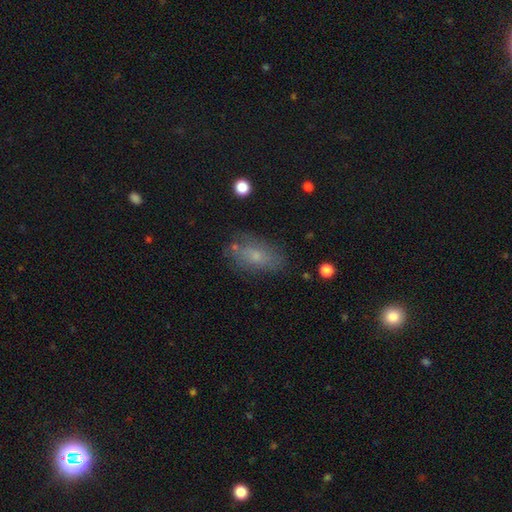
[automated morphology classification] smooth 63%, featured or disk 27%, star or artifact 10%. Down the decision tree: how rounded — in between (87%); merging — none (71%).